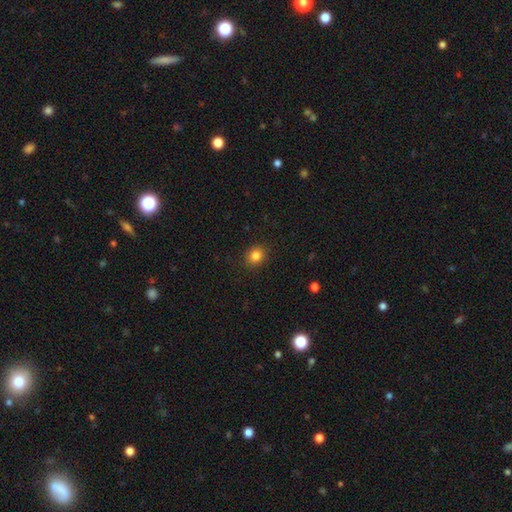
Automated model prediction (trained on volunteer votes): A smooth galaxy with no disk features (84%) that is round (71%).

Vote fractions:
- Smooth or featured? smooth: 84% / star or artifact: 11% / featured or disk: 5%
- How rounded? round: 71% / in between: 28% / cigar-shaped: 1%
- Merging? none: 89% / minor disturbance: 8% / major disturbance: 2% / merger: 1%